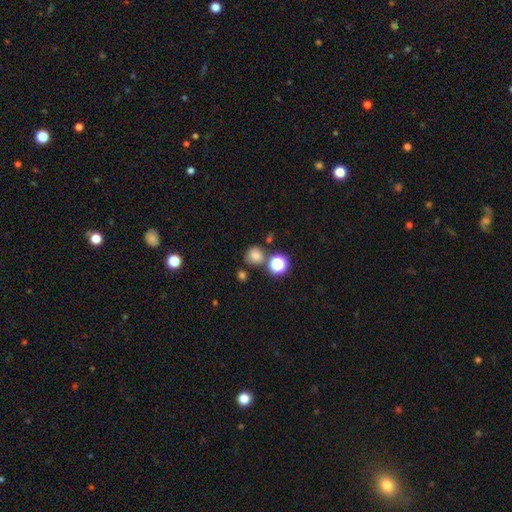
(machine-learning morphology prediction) Smooth or featured? smooth (77%)
How rounded? round (86%)
Merging? none (70%)